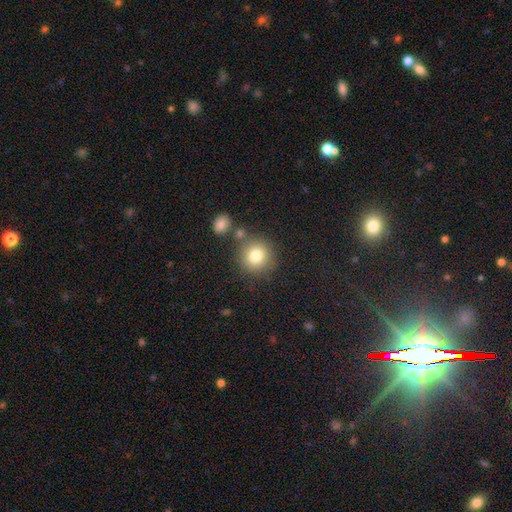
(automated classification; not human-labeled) Morphology: type=smooth (80%); roundness=round (91%); merging=none (76%).